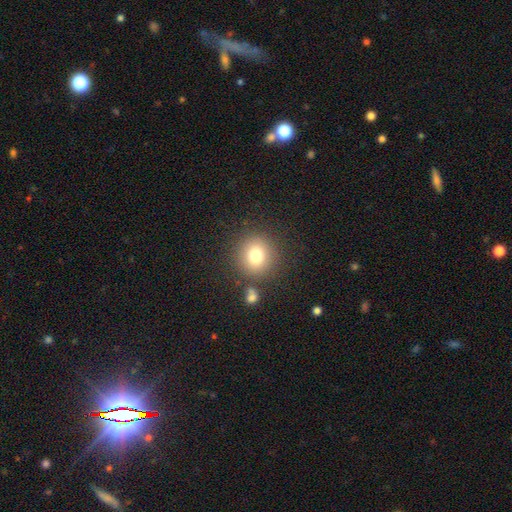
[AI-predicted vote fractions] Smooth or featured? smooth (77%)
How rounded? round (87%)
Merging? none (83%)